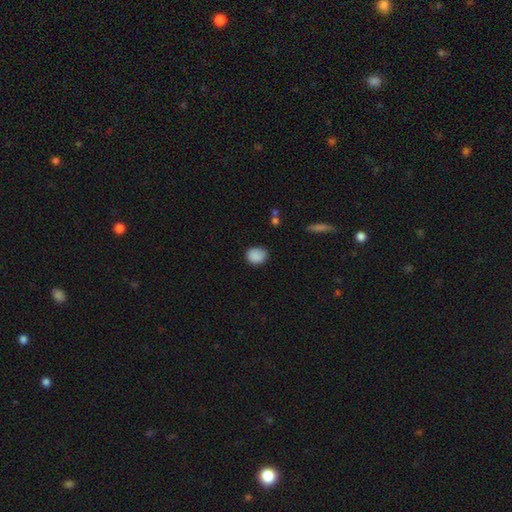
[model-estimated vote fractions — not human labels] Morphology: type=smooth (87%); roundness=round (63%); merging=none (79%).